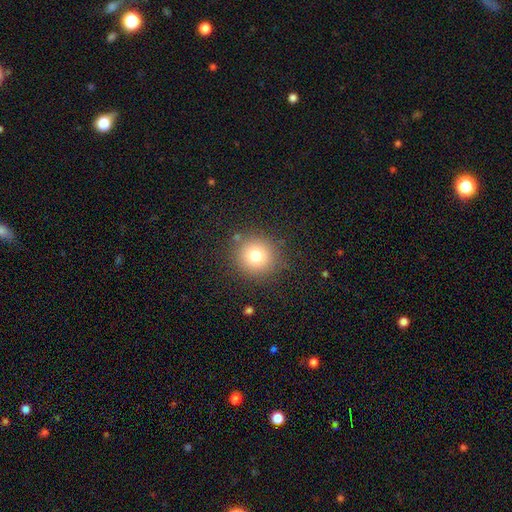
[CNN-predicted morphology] A smooth galaxy with no disk features (76%) that is round (94%). Merging: none (87%).